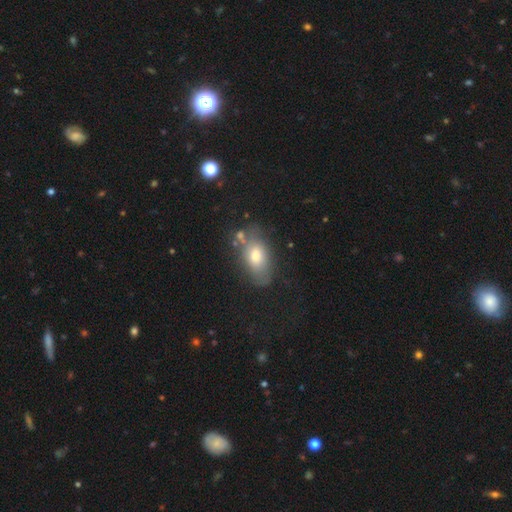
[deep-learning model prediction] Smooth or featured: smooth — 70% (featured or disk — 20%)
How rounded: in between — 87% (round — 10%)
Merging: none — 64% (minor disturbance — 20%)